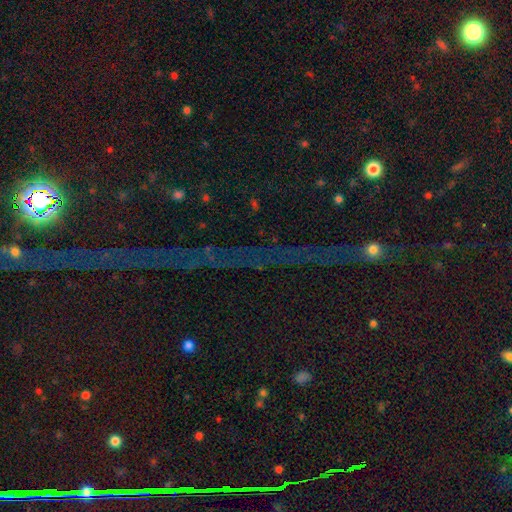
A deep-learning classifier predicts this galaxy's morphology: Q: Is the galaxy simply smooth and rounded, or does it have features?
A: star or artifact — 79%.